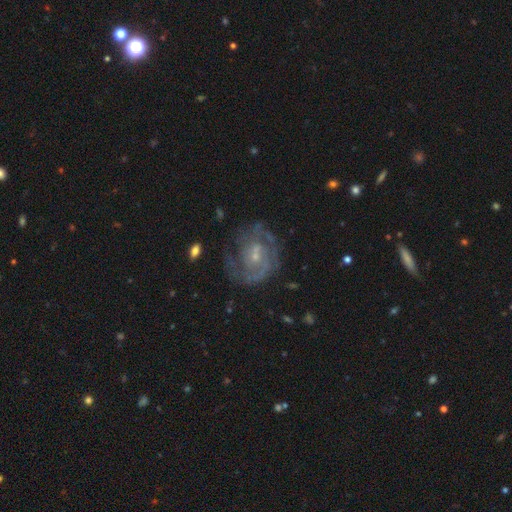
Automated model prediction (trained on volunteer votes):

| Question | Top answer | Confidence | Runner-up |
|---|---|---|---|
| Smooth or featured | featured or disk | 82% | smooth (11%) |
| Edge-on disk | no | 98% | yes (2%) |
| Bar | no | 53% | weak (40%) |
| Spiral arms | yes | 90% | no (10%) |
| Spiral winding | tight | 45% | medium (42%) |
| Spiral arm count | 2 | 42% | can't tell (28%) |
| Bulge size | small | 69% | moderate (23%) |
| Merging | none | 65% | minor disturbance (19%) |